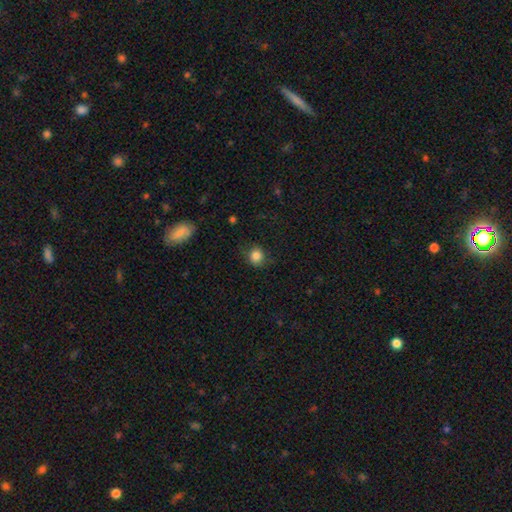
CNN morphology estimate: smooth 84%, star or artifact 11%, featured or disk 5%. Down the decision tree: how rounded — round (83%); merging — none (78%).